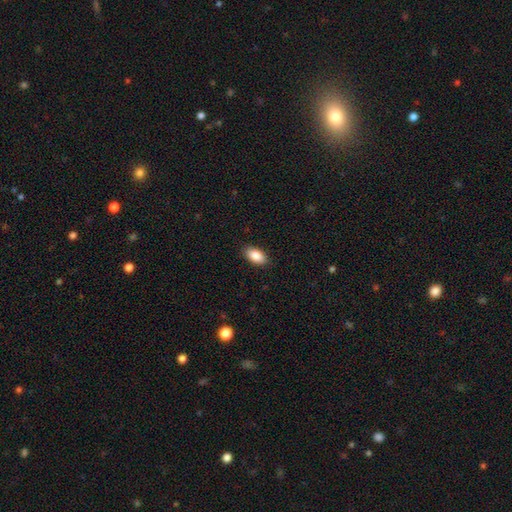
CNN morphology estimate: smooth-or-featured: smooth: 87% | star or artifact: 7% | featured or disk: 6%
  how-rounded: in between: 93% | round: 4% | cigar-shaped: 3%
  merging: none: 89% | minor disturbance: 8% | major disturbance: 2% | merger: 1%